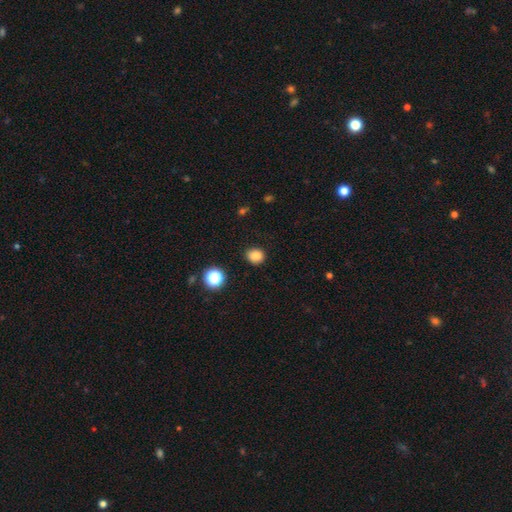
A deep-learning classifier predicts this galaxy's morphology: smooth 83%, star or artifact 13%, featured or disk 4%. Down the decision tree: how rounded — round (71%); merging — none (87%).